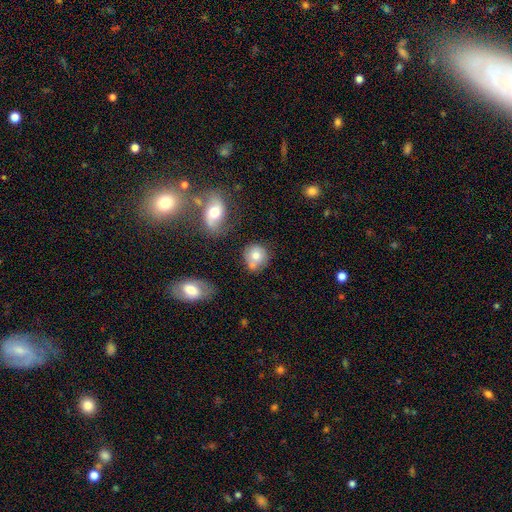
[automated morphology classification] type=smooth (72%); roundness=round (82%); merging=none (57%).